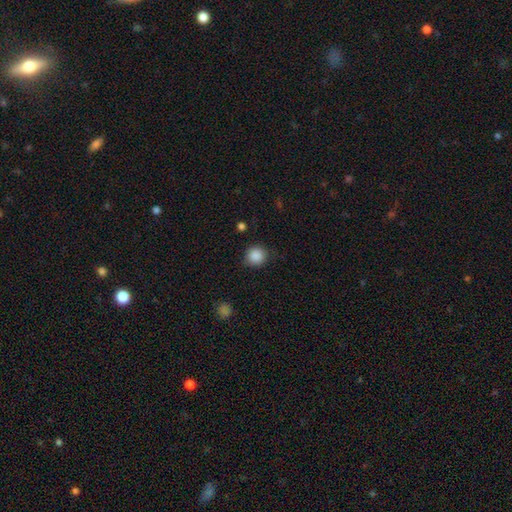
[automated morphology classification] type=smooth (88%); roundness=round (91%); merging=none (85%).